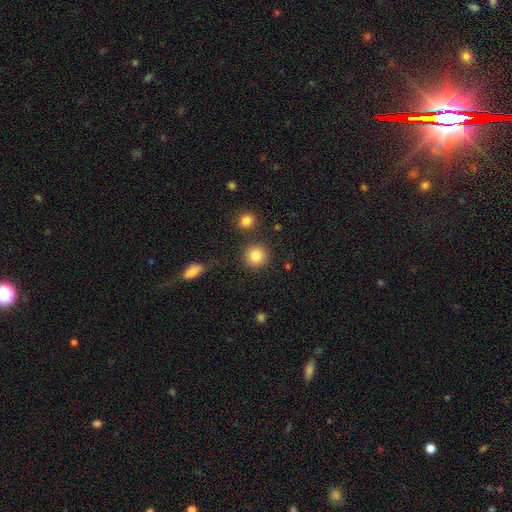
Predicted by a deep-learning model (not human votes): smooth 85%, star or artifact 9%, featured or disk 6%. Down the decision tree: how rounded — round (93%); merging — none (87%).